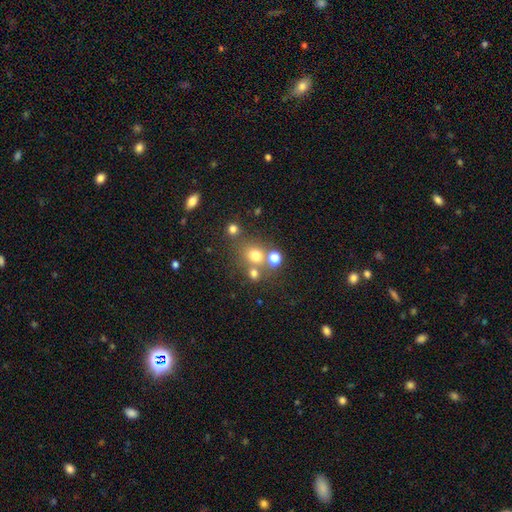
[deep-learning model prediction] smooth_or_featured: smooth (p=0.68) [alt: star or artifact p=0.21]
how_rounded: round (p=0.77) [alt: in between p=0.22]
merging: none (p=0.61) [alt: merger p=0.23]